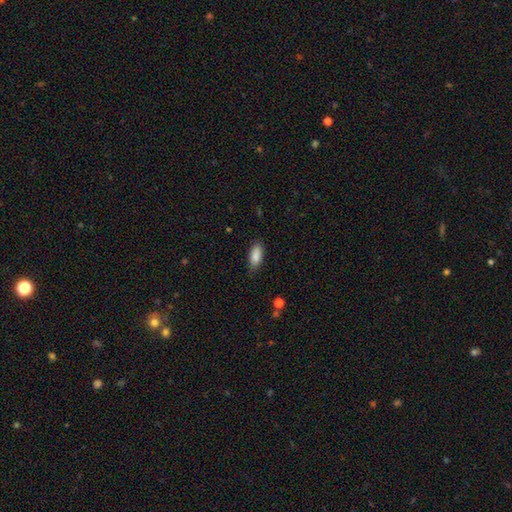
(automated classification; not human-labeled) smooth-or-featured: smooth: 87% | star or artifact: 7% | featured or disk: 6%
  how-rounded: in between: 84% | cigar-shaped: 13% | round: 2%
  merging: none: 82% | minor disturbance: 14% | major disturbance: 3% | merger: 1%